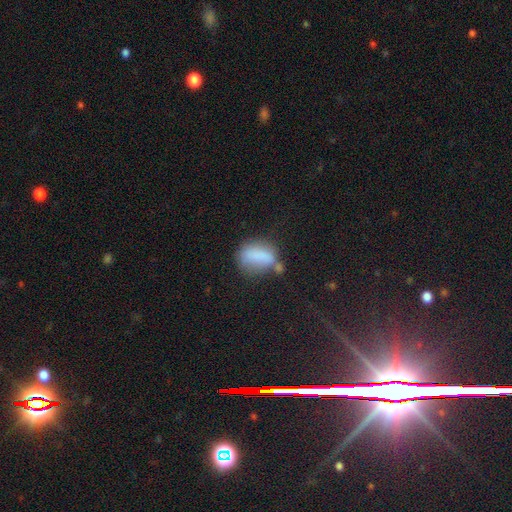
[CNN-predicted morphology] smooth-or-featured: smooth: 74% | featured or disk: 15% | star or artifact: 10%
  how-rounded: in between: 75% | round: 19% | cigar-shaped: 6%
  merging: none: 35% | minor disturbance: 25% | merger: 23% | major disturbance: 17%